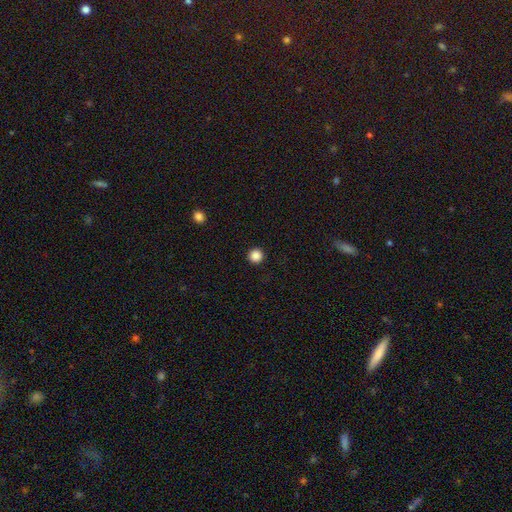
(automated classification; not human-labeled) The model was most divided on "smooth or featured": smooth: 87%, star or artifact: 11%, featured or disk: 3%. More confident: how rounded — round (96%); merging — none (93%).